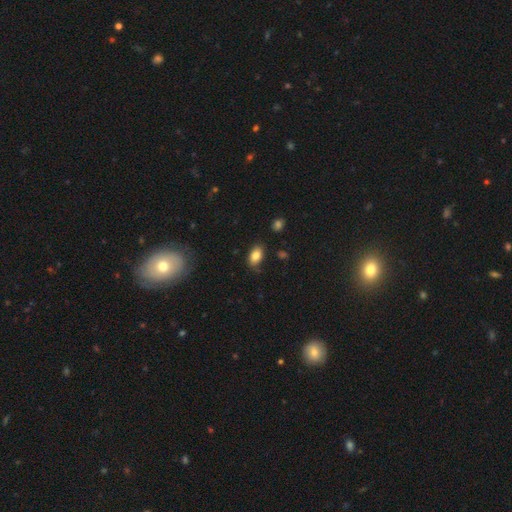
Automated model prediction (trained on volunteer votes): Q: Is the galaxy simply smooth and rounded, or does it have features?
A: smooth — 84%.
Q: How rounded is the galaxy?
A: in between — 91%.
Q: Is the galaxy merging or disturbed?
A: none — 79%.